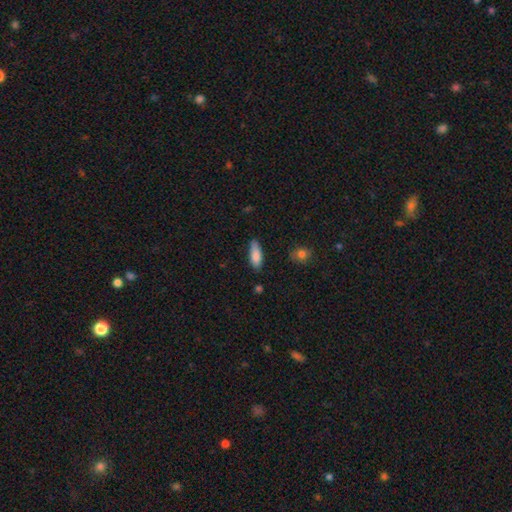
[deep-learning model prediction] A smooth galaxy with no disk features (85%) that is in between round and cigar-shaped (71%).

Vote fractions:
- Smooth or featured? smooth: 85% / featured or disk: 8% / star or artifact: 6%
- How rounded? in between: 71% / cigar-shaped: 27% / round: 2%
- Merging? none: 76% / minor disturbance: 19% / major disturbance: 3% / merger: 2%